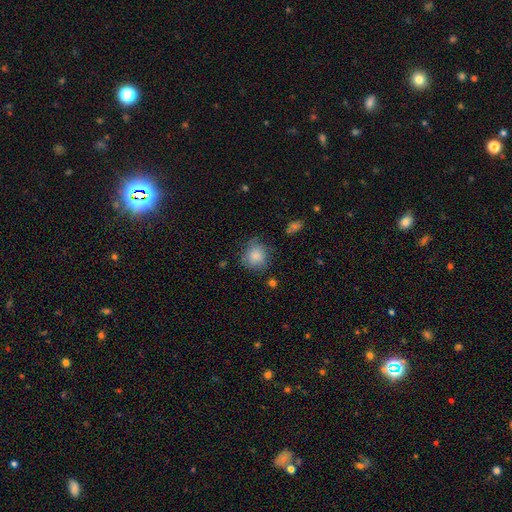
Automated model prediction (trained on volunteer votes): Smooth or featured? Predicted: smooth (p=0.81). How rounded? Predicted: round (p=0.83). Merging? Predicted: none (p=0.68).